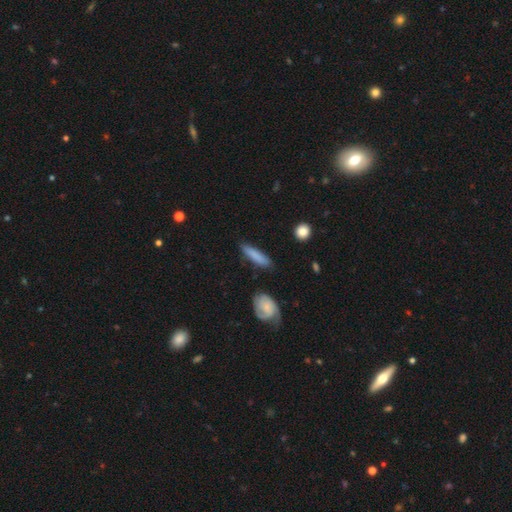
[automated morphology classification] This is likely a smooth galaxy (77%). How rounded: likely cigar-shaped (79%). Merging: likely none (80%).